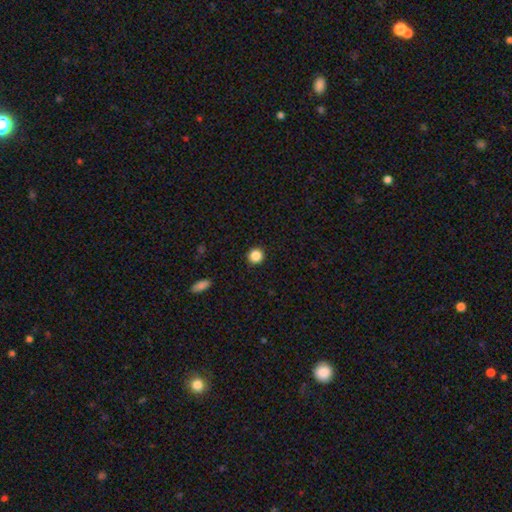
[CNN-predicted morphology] A smooth galaxy with no disk features (86%) that is round (95%). Merging: none (93%).